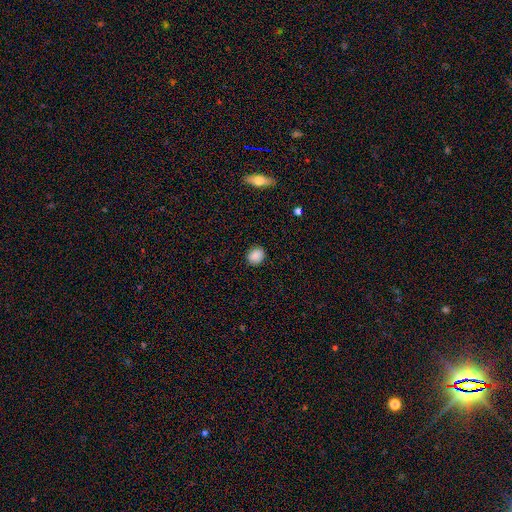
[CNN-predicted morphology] Smooth or featured? smooth (89%)
How rounded? round (61%)
Merging? none (88%)